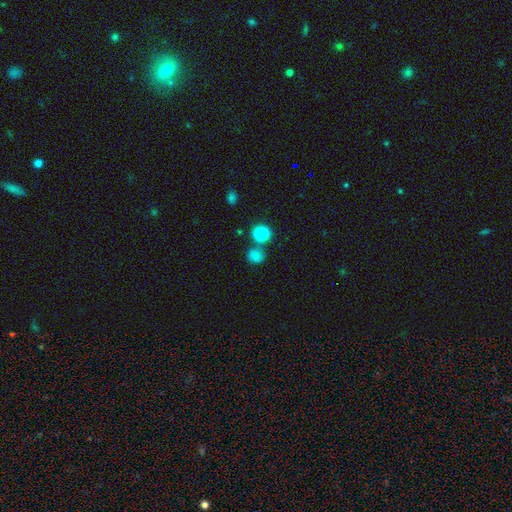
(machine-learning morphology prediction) Smooth or featured? Predicted: smooth (p=0.74). How rounded? Predicted: round (p=0.79). Merging? Predicted: none (p=0.65).